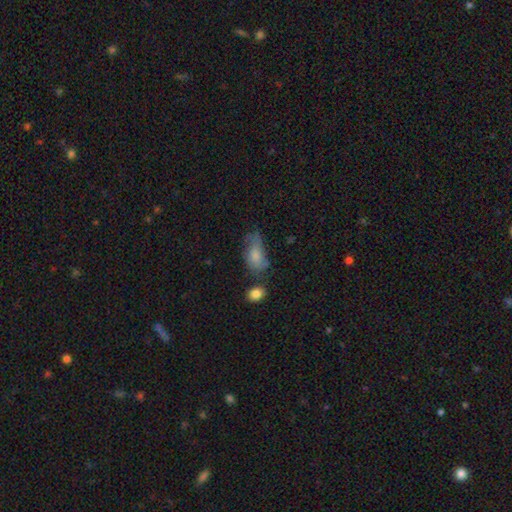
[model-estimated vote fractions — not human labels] A smooth galaxy with no disk features (67%) that is in between round and cigar-shaped (89%). Merging: none (34%, tied with minor disturbance).